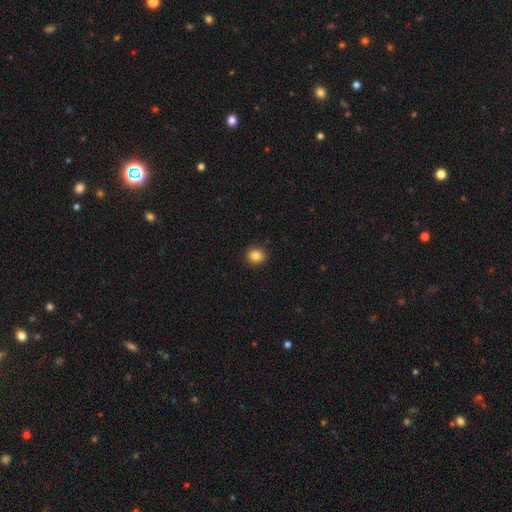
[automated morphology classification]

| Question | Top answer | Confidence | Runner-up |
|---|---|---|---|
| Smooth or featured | smooth | 84% | star or artifact (11%) |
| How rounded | round | 74% | in between (25%) |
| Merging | none | 90% | minor disturbance (7%) |